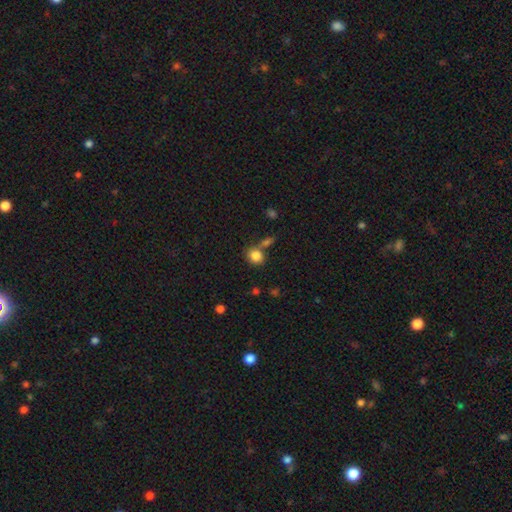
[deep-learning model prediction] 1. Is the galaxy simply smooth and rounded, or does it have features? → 84% smooth, 10% star or artifact, 6% featured or disk.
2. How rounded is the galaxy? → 71% round, 28% in between, 1% cigar-shaped.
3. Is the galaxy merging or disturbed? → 58% none, 26% merger, 12% minor disturbance, 4% major disturbance.